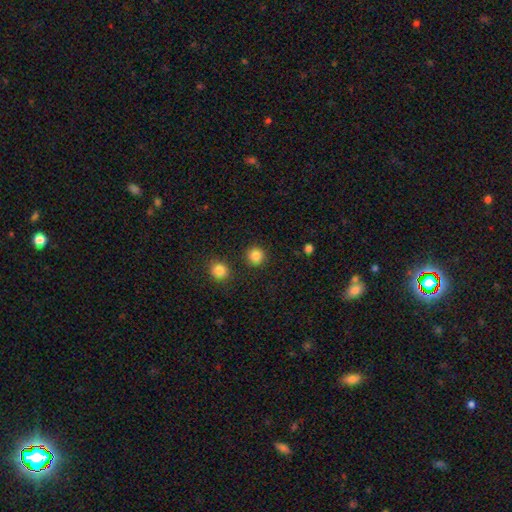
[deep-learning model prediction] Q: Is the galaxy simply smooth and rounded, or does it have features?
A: smooth — 86%.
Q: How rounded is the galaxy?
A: round — 93%.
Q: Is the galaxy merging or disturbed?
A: none — 90%.